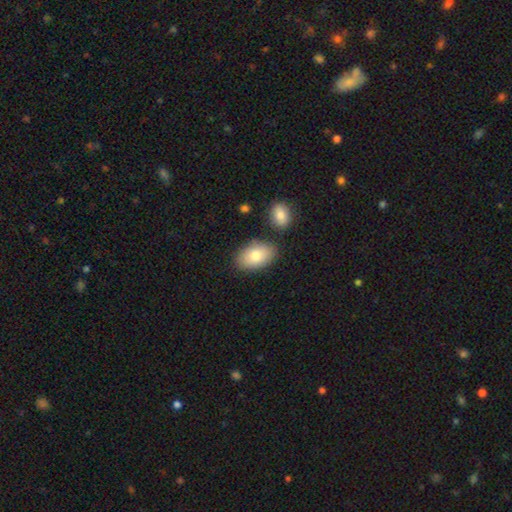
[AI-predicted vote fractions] Morphology: type=smooth (79%); roundness=in between (90%); merging=none (77%).